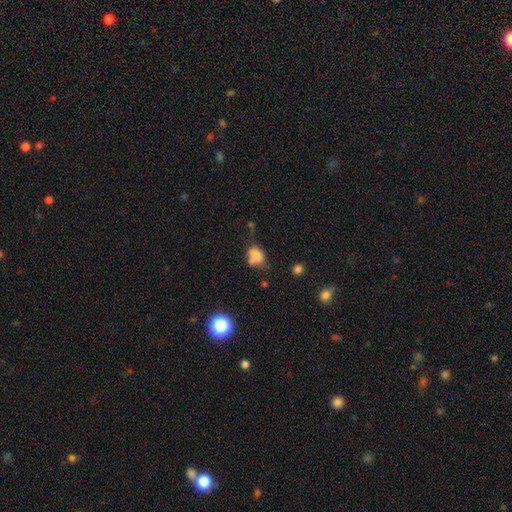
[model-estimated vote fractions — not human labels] This is likely a smooth galaxy (75%). How rounded: likely in between (65%). Merging: marginally none (41%).